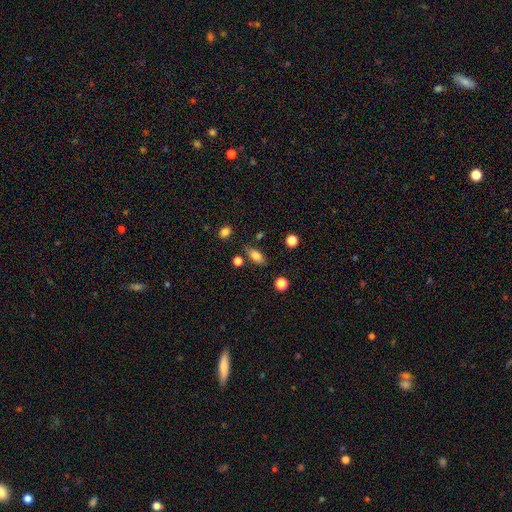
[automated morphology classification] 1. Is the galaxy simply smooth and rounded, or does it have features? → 80% smooth, 11% featured or disk, 9% star or artifact.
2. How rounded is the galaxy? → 82% in between, 11% cigar-shaped, 6% round.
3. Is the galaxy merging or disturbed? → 79% none, 13% minor disturbance, 4% merger, 3% major disturbance.